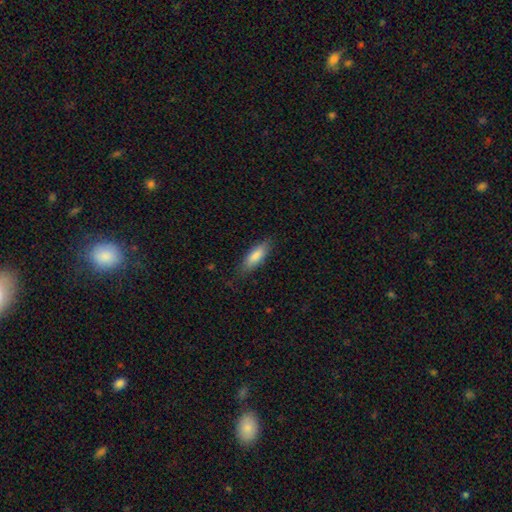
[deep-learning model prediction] This appears to be a smooth galaxy with no disk features (83%) that is in between round and cigar-shaped (59%). Merging: none (78%).